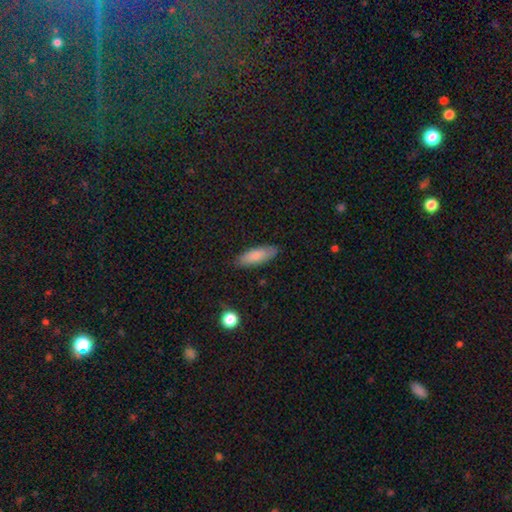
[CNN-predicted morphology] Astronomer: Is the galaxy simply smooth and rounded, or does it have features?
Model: smooth — 82%.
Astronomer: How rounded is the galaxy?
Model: in between — 63%.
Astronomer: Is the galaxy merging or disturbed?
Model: none — 85%.